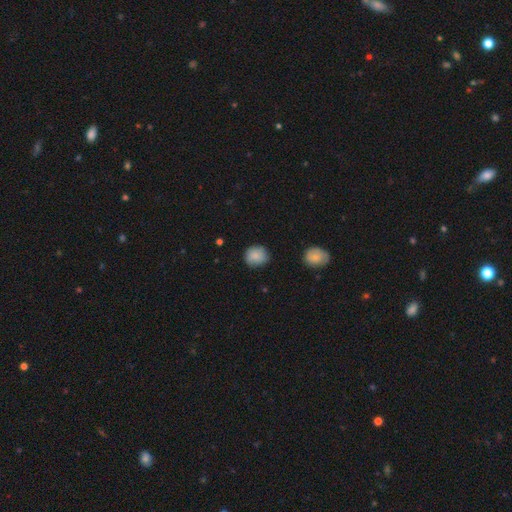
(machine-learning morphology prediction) This is clearly a smooth galaxy (85%). How rounded: clearly round (82%). Merging: likely none (77%).